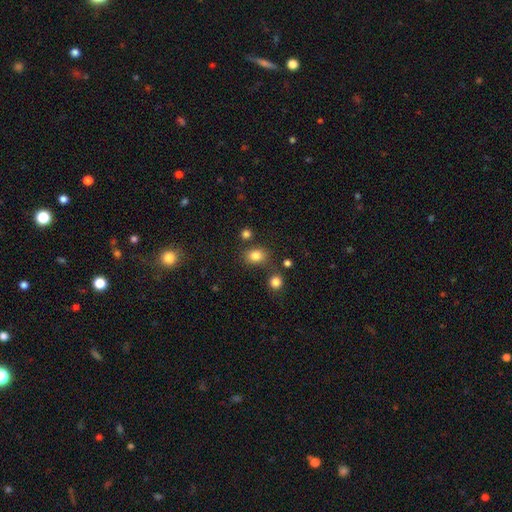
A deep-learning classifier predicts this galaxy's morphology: A smooth galaxy with no disk features (81%) that is round (50%).

Vote fractions:
- Smooth or featured? smooth: 81% / star or artifact: 13% / featured or disk: 6%
- How rounded? round: 50% / in between: 49% / cigar-shaped: 1%
- Merging? none: 73% / minor disturbance: 13% / merger: 10% / major disturbance: 4%